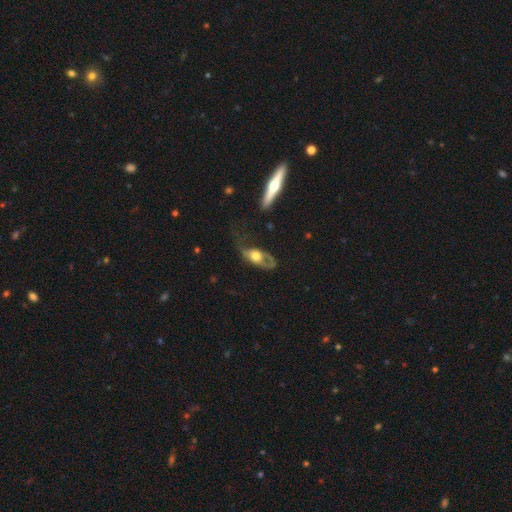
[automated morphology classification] Smooth or featured?
  - featured or disk: 57% *
  - smooth: 37%
  - star or artifact: 6%
Edge-on disk?
  - no: 75% *
  - yes: 25%
Merging?
  - major disturbance: 48% *
  - none: 27%
  - minor disturbance: 21%
  - merger: 4%